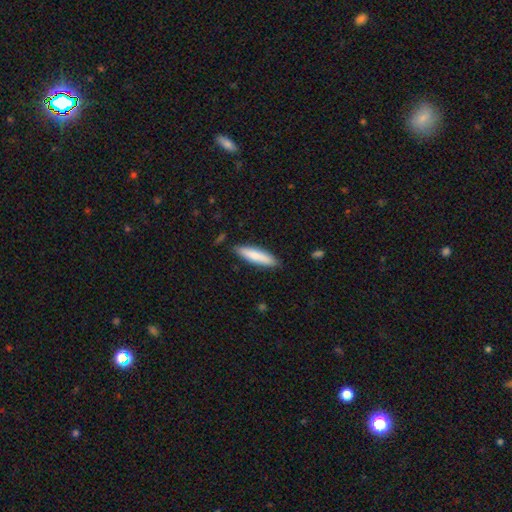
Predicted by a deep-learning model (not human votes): smooth-or-featured: smooth: 80% | featured or disk: 15% | star or artifact: 5%
  how-rounded: cigar-shaped: 77% | in between: 22% | round: 1%
  merging: none: 86% | minor disturbance: 10% | major disturbance: 2% | merger: 2%